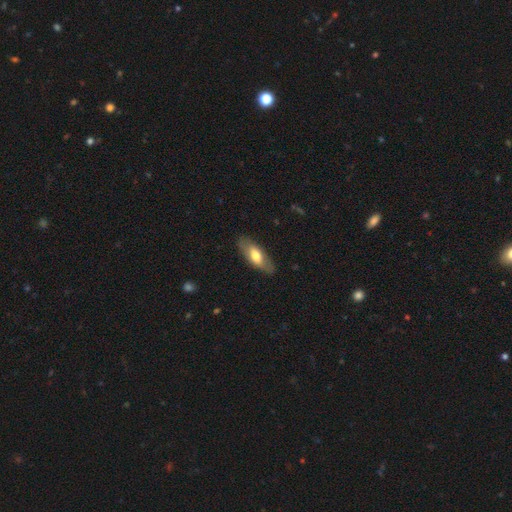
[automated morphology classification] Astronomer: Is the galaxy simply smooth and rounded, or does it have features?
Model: smooth — 61%.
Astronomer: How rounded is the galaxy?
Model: in between — 77%.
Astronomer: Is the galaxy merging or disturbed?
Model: none — 83%.